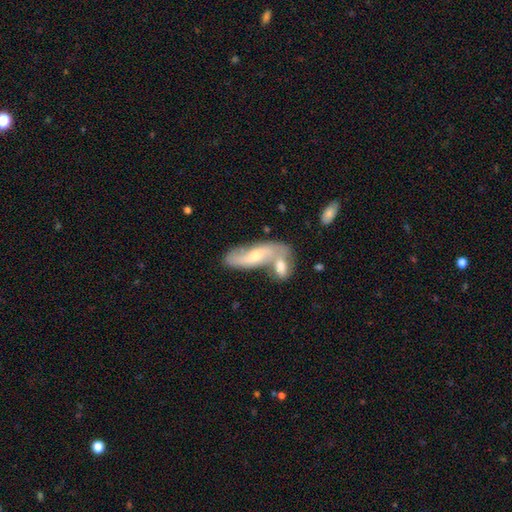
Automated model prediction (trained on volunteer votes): Q: Smooth or featured?
A: featured or disk (65%); runner-up: smooth (28%)
Q: Edge-on disk?
A: no (80%); runner-up: yes (20%)
Q: Bar?
A: no (52%); runner-up: weak (34%)
Q: Spiral arms?
A: yes (83%); runner-up: no (17%)
Q: Bulge size?
A: moderate (52%); runner-up: small (42%)
Q: Merging?
A: merger (50%); runner-up: none (33%)